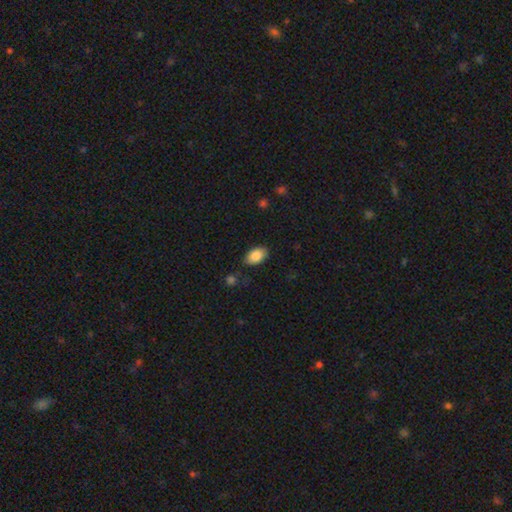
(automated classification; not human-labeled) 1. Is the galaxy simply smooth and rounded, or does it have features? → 86% smooth, 7% star or artifact, 7% featured or disk.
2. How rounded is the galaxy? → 90% in between, 9% round, 1% cigar-shaped.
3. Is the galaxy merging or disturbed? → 82% none, 13% minor disturbance, 3% major disturbance, 2% merger.